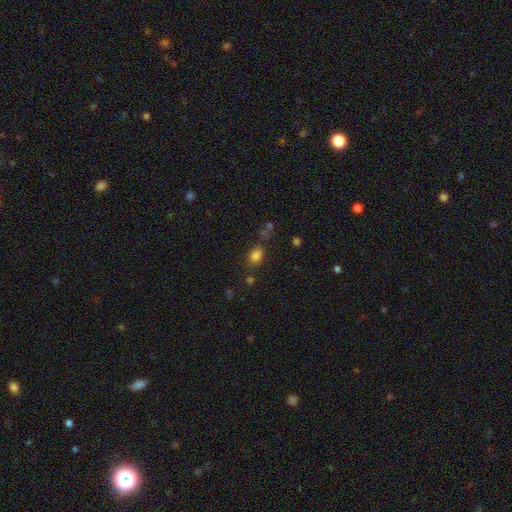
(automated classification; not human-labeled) Smooth or featured? smooth (79%)
How rounded? in between (70%)
Merging? none (69%)